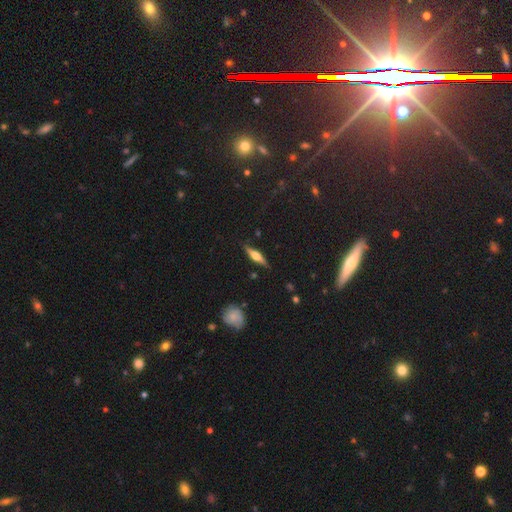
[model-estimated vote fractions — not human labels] Q: Smooth or featured?
A: featured or disk (64%); runner-up: smooth (29%)
Q: Edge-on disk?
A: yes (96%); runner-up: no (4%)
Q: Edge-on bulge?
A: rounded (89%); runner-up: boxy (8%)
Q: Merging?
A: none (86%); runner-up: minor disturbance (11%)